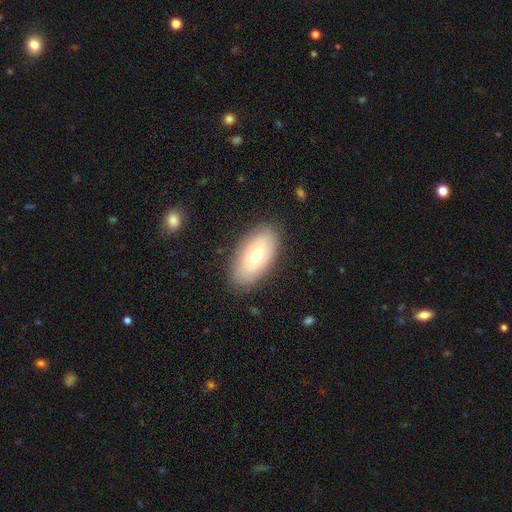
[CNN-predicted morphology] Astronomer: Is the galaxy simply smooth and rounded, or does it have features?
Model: smooth — 67%.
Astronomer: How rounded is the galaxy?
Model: in between — 93%.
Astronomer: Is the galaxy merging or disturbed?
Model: none — 85%.